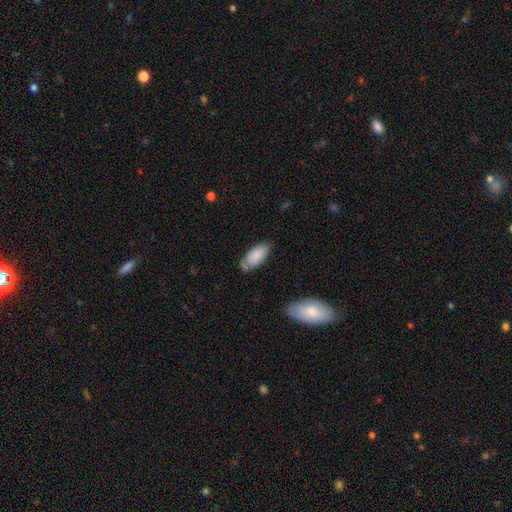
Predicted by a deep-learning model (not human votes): Overall: smooth (83%). How rounded: in between (92%). Merging: none (63%; minor disturbance 26%).